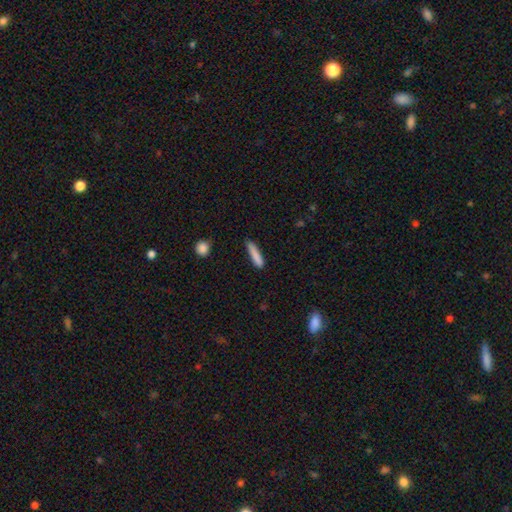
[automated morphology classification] Smooth or featured? smooth (85%)
How rounded? cigar-shaped (88%)
Merging? none (80%)